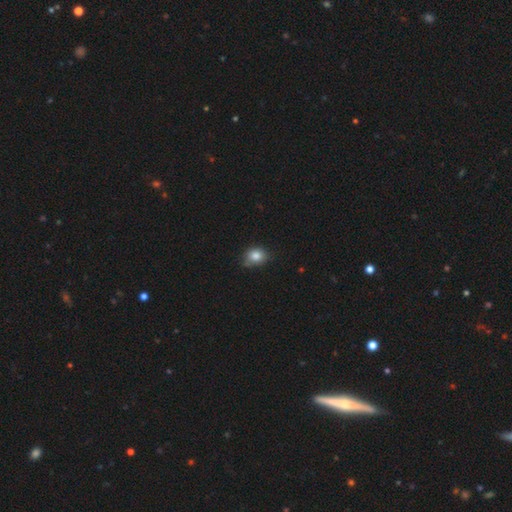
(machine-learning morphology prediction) Smooth or featured?
  - smooth: 83% *
  - star or artifact: 10%
  - featured or disk: 7%
How rounded?
  - round: 50% *
  - in between: 49%
  - cigar-shaped: 1%
Merging?
  - none: 66% *
  - minor disturbance: 27%
  - major disturbance: 4%
  - merger: 3%